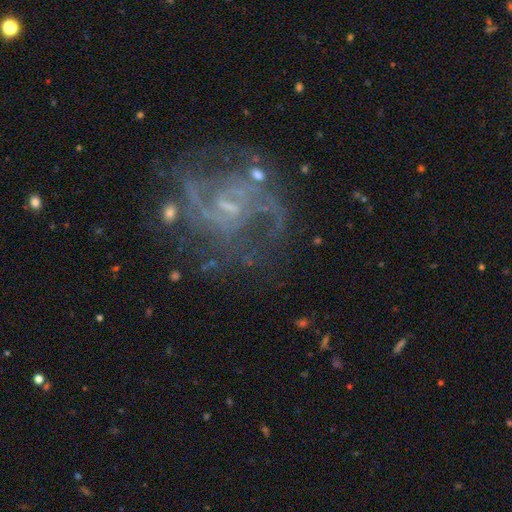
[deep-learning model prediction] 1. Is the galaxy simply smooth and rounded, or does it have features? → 79% featured or disk, 14% star or artifact, 8% smooth.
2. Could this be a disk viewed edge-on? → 98% no, 2% yes.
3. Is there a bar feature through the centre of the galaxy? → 54% no, 38% weak, 8% strong.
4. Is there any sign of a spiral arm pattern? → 85% yes, 15% no.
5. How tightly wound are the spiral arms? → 48% medium, 26% loose, 26% tight.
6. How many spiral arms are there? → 38% 2, 29% can't tell, 15% 3, 7% 4, 6% 1, 5% more than 4.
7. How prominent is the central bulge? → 63% small, 21% none, 13% moderate, 1% large, 1% dominant.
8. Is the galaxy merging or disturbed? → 62% none, 17% major disturbance, 16% minor disturbance, 4% merger.